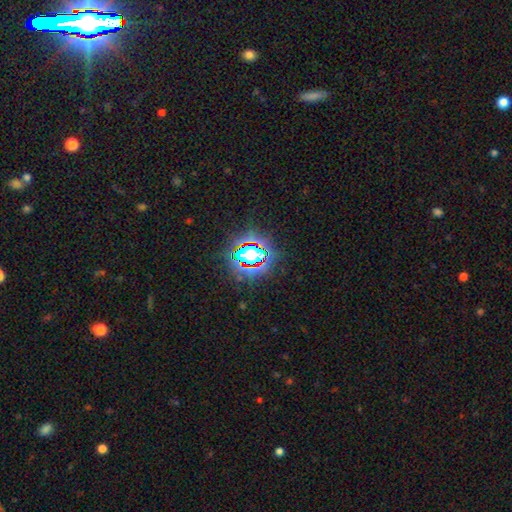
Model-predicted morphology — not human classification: Smooth or featured? star or artifact (77%)